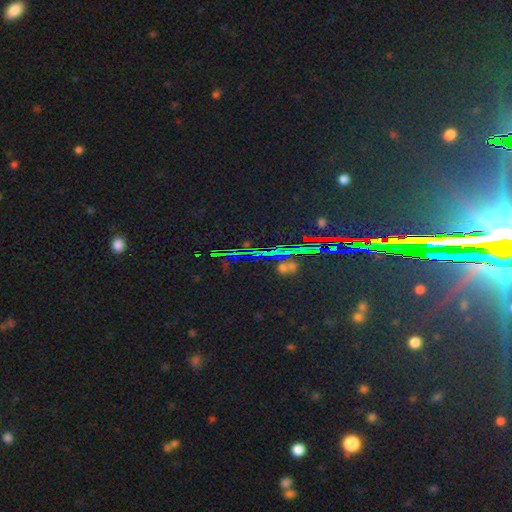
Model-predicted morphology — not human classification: The model was most divided on "smooth or featured": star or artifact: 80%, smooth: 12%, featured or disk: 8%.